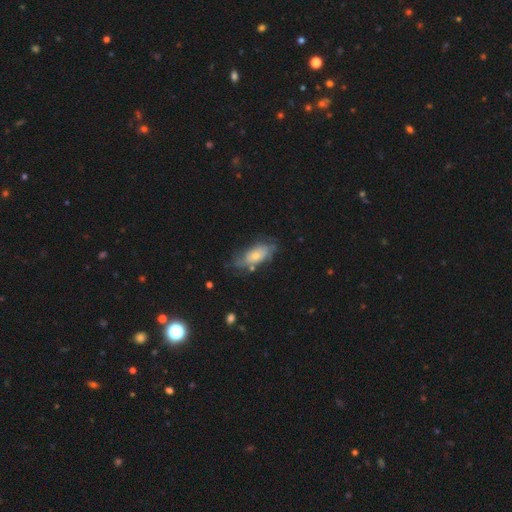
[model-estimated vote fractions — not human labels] Smooth or featured? smooth (50%)
How rounded? in between (86%)
Merging? none (55%)